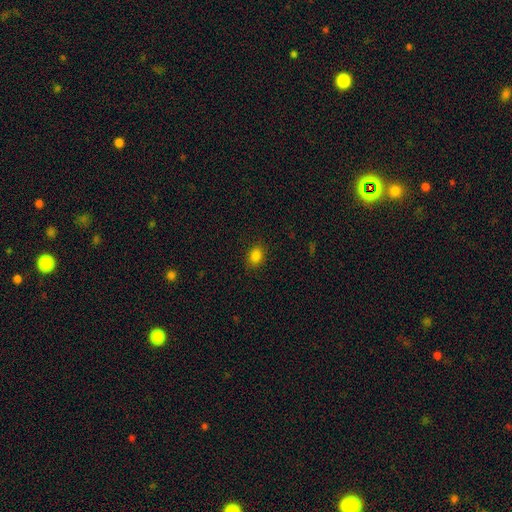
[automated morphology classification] Q: Smooth or featured?
A: smooth (82%); runner-up: star or artifact (13%)
Q: How rounded?
A: in between (61%); runner-up: round (38%)
Q: Merging?
A: none (87%); runner-up: minor disturbance (10%)